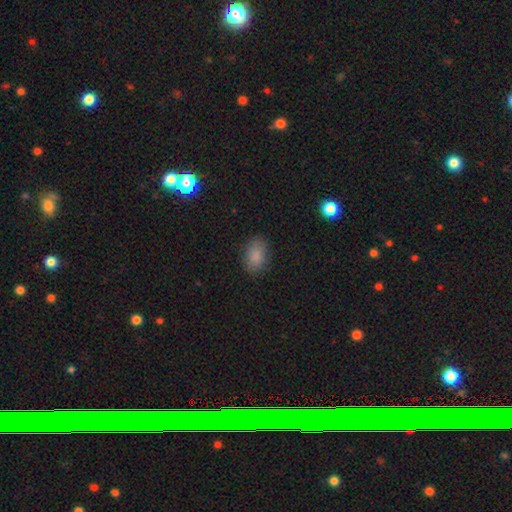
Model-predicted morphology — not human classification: Smooth or featured?
  - smooth: 86% *
  - star or artifact: 9%
  - featured or disk: 5%
How rounded?
  - in between: 82% *
  - round: 17%
  - cigar-shaped: 1%
Merging?
  - none: 84% *
  - minor disturbance: 12%
  - major disturbance: 3%
  - merger: 1%